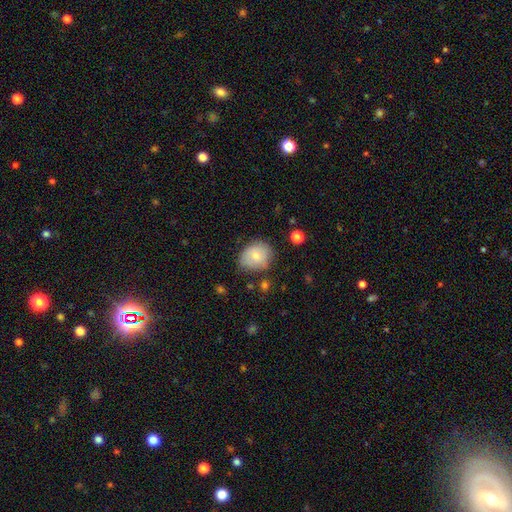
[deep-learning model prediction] Overall: smooth (76%). How rounded: round (51%; in between 48%). Merging: none (66%).